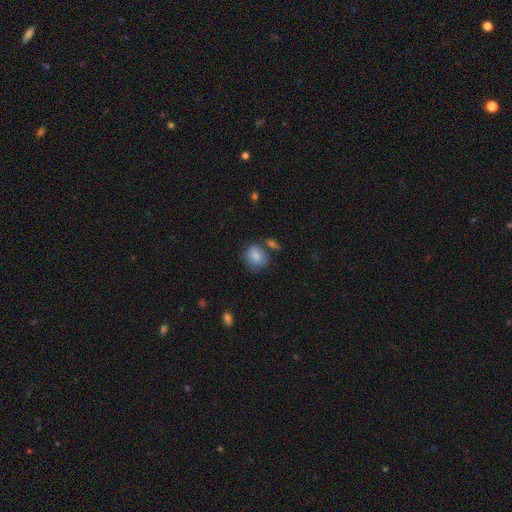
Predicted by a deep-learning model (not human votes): Smooth or featured? smooth (83%)
How rounded? round (51%)
Merging? none (64%)